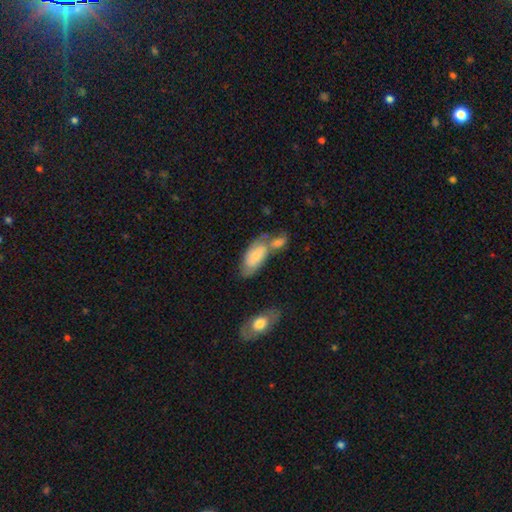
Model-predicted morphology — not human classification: type=smooth (65%); roundness=in between (88%); merging=merger (43%).